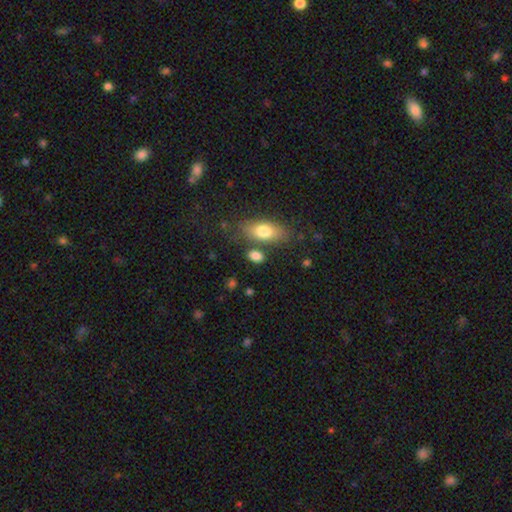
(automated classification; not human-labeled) A smooth galaxy with no disk features (83%) that is in between round and cigar-shaped (78%).

Vote fractions:
- Smooth or featured? smooth: 83% / featured or disk: 9% / star or artifact: 9%
- How rounded? in between: 78% / round: 16% / cigar-shaped: 5%
- Merging? none: 71% / minor disturbance: 13% / merger: 12% / major disturbance: 4%